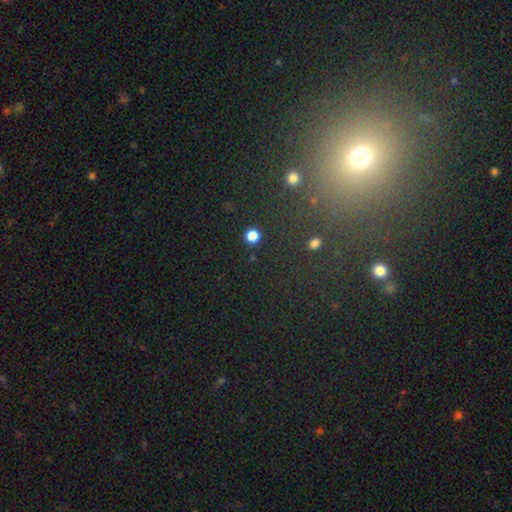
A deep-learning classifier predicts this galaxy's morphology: This is possibly a star or artifact rather than a galaxy (51%).